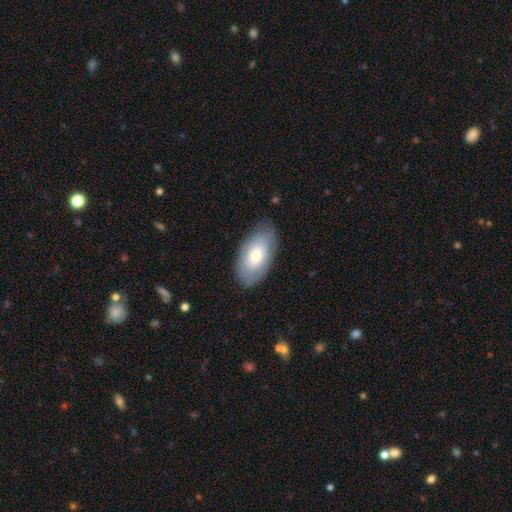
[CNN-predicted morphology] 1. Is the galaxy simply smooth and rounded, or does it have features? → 66% smooth, 28% featured or disk, 6% star or artifact.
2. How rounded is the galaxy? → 94% in between, 4% round, 3% cigar-shaped.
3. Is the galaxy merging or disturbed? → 79% none, 16% minor disturbance, 4% major disturbance, 1% merger.